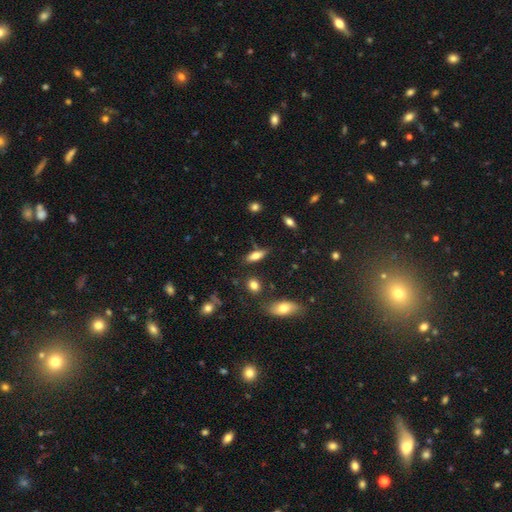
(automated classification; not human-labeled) Smooth or featured? Predicted: smooth (p=0.68). How rounded? Predicted: in between (p=0.58). Merging? Predicted: none (p=0.75).